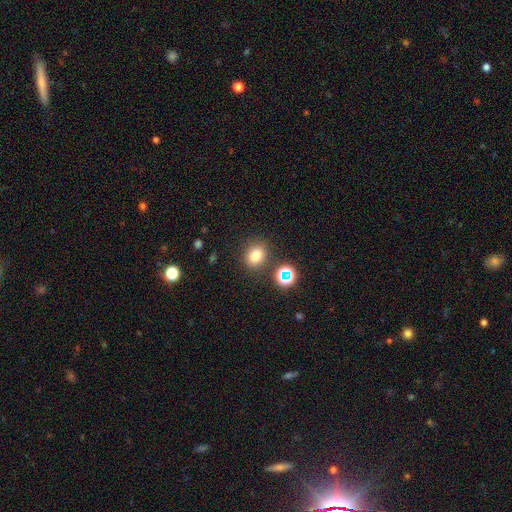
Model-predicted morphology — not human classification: Smooth or featured?
  - smooth: 76% *
  - star or artifact: 16%
  - featured or disk: 8%
How rounded?
  - round: 61% *
  - in between: 38%
  - cigar-shaped: 1%
Merging?
  - none: 82% *
  - minor disturbance: 10%
  - merger: 5%
  - major disturbance: 3%